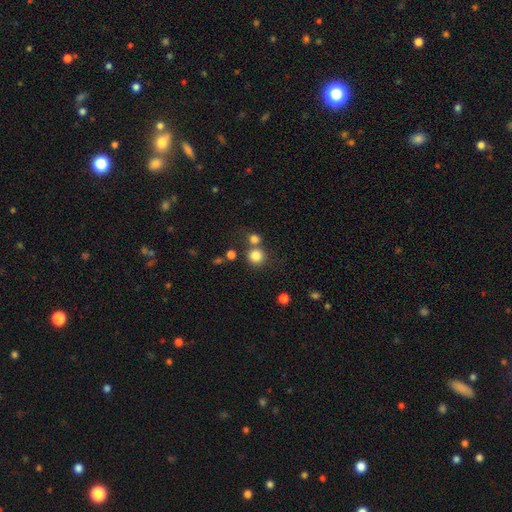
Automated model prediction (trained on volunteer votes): The model was most divided on "merging": none: 67%, merger: 22%, minor disturbance: 8%, major disturbance: 3%. More confident: how rounded — round (92%); smooth or featured — smooth (81%).